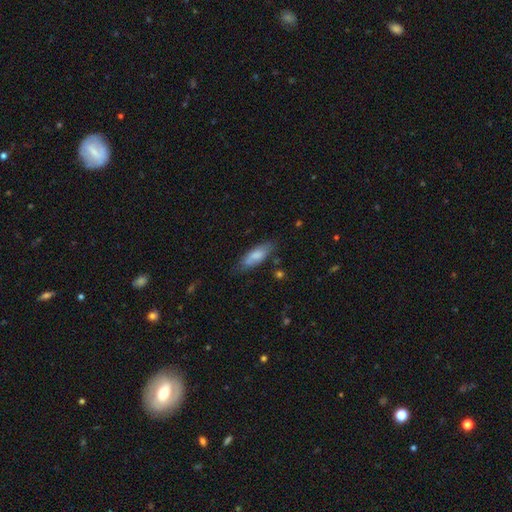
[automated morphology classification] A smooth galaxy with no disk features (74%) that is in between round and cigar-shaped (65%). Merging: none (68%).